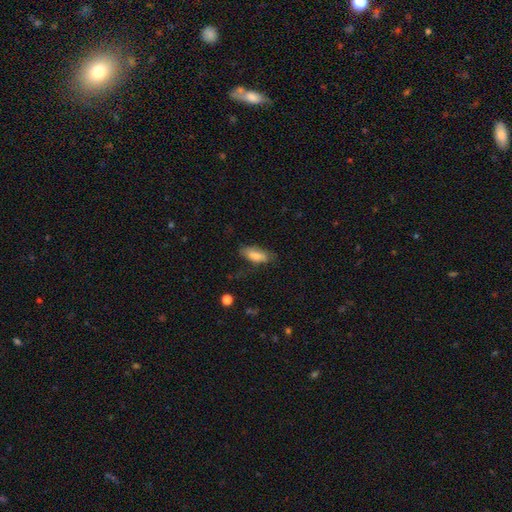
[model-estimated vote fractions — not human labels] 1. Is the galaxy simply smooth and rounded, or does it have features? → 76% smooth, 17% featured or disk, 7% star or artifact.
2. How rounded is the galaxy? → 78% in between, 20% cigar-shaped, 2% round.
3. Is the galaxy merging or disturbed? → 62% none, 26% minor disturbance, 10% major disturbance, 2% merger.